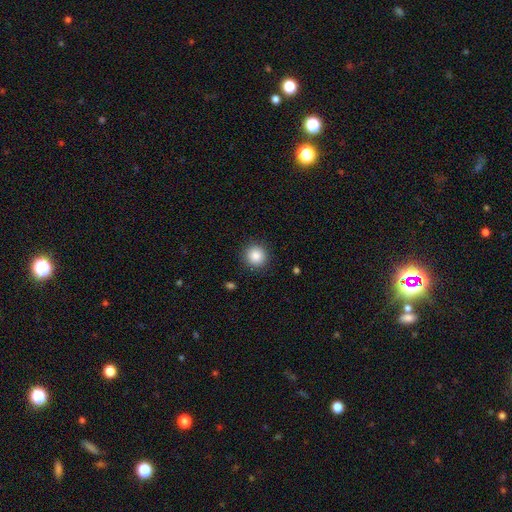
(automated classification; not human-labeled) This is clearly a smooth galaxy (87%). How rounded: clearly round (94%). Merging: clearly none (90%).